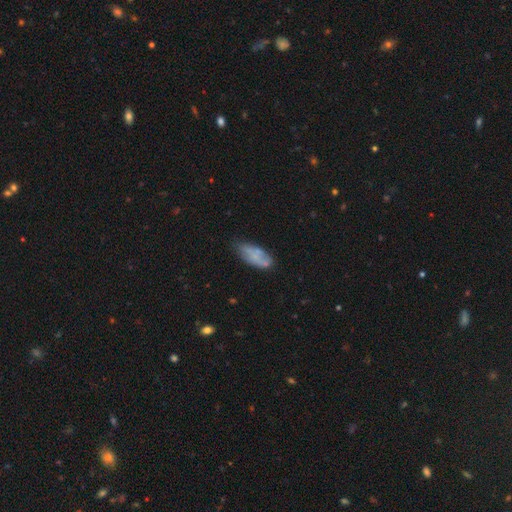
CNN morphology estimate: smooth_or_featured: smooth (p=0.60) [alt: featured or disk p=0.32]
how_rounded: in between (p=0.85) [alt: cigar-shaped p=0.13]
merging: none (p=0.56) [alt: minor disturbance p=0.27]